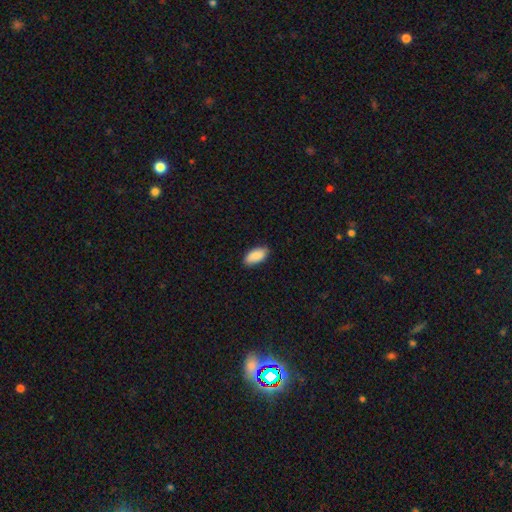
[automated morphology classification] Overall: smooth (90%). How rounded: in between (92%). Merging: none (84%).